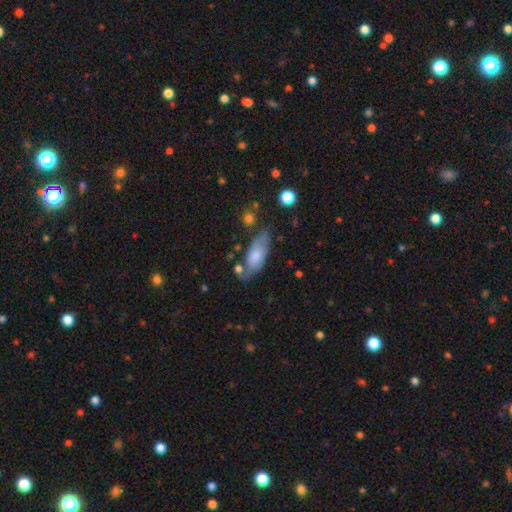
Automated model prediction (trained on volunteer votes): smooth-or-featured: smooth: 69% | featured or disk: 25% | star or artifact: 6%
  how-rounded: in between: 80% | cigar-shaped: 18% | round: 3%
  merging: none: 56% | minor disturbance: 26% | merger: 9% | major disturbance: 9%